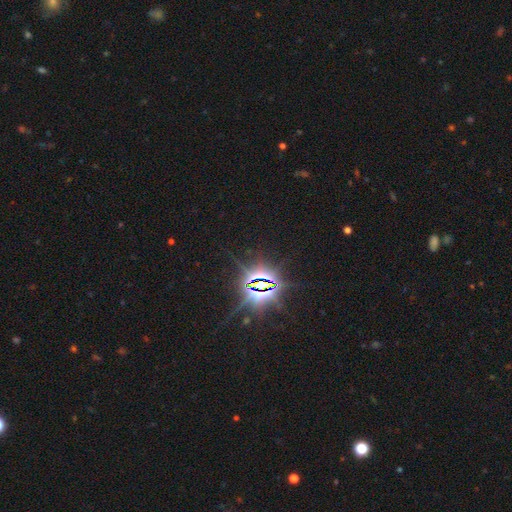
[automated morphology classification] The model was most divided on "smooth or featured": star or artifact: 85%, smooth: 10%, featured or disk: 5%.